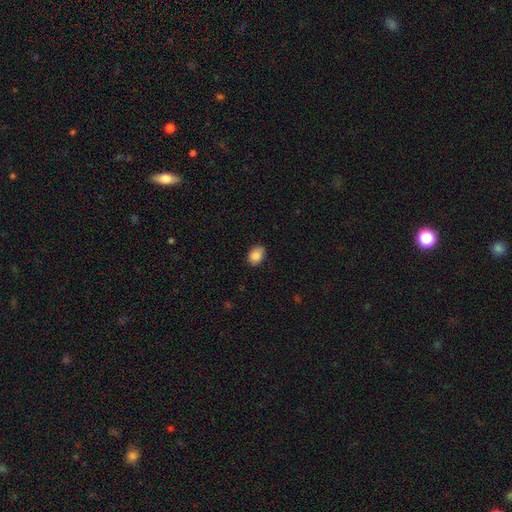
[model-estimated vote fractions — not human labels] This is clearly a smooth galaxy (86%). How rounded: likely in between (61%). Merging: clearly none (80%).